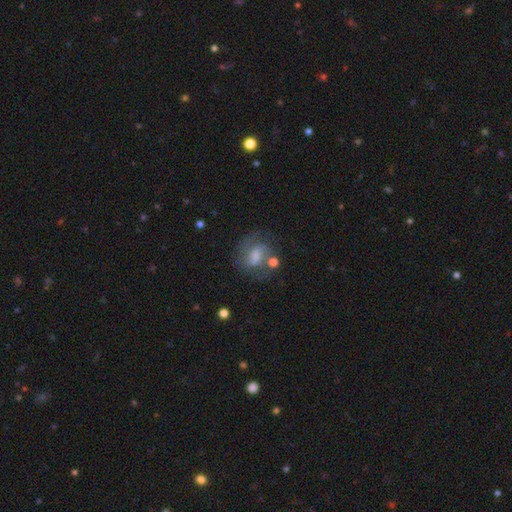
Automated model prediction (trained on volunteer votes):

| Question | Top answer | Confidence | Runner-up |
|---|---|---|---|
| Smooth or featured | featured or disk | 59% | smooth (29%) |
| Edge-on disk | no | 96% | yes (4%) |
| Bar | weak | 50% | no (30%) |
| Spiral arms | yes | 84% | no (16%) |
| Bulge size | moderate | 39% | small (30%) |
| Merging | none | 61% | minor disturbance (18%) |